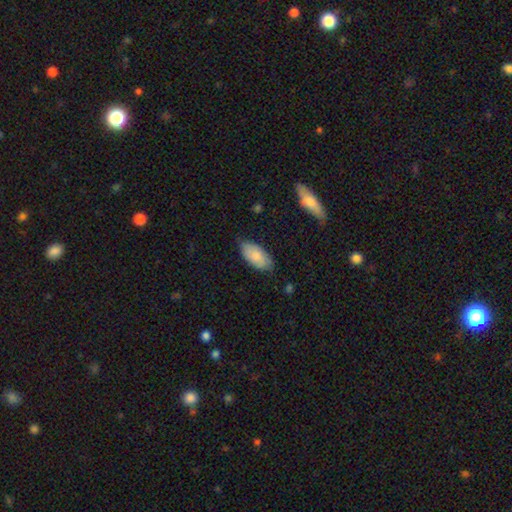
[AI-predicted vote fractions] smooth_or_featured: smooth (p=0.80) [alt: featured or disk p=0.15]
how_rounded: in between (p=0.94) [alt: cigar-shaped p=0.03]
merging: none (p=0.71) [alt: minor disturbance p=0.24]